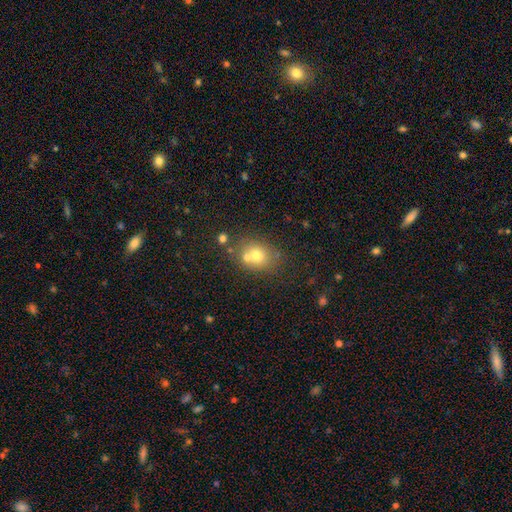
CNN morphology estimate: The model was most divided on "merging": none: 54%, merger: 30%, minor disturbance: 12%, major disturbance: 4%. More confident: smooth or featured — smooth (69%); how rounded — round (63%).